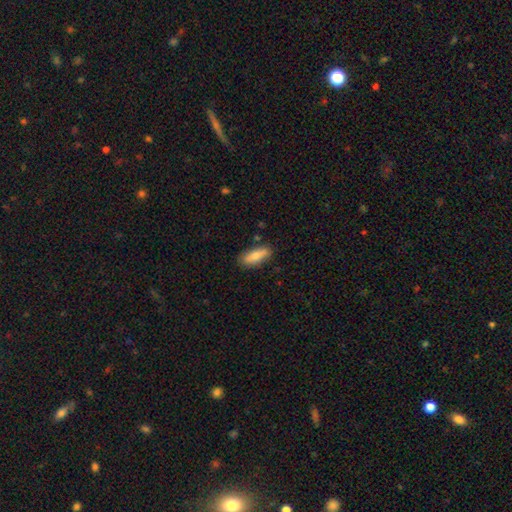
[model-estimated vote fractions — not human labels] Smooth or featured: smooth — 77% (featured or disk — 17%)
How rounded: in between — 66% (cigar-shaped — 31%)
Merging: none — 82% (minor disturbance — 14%)